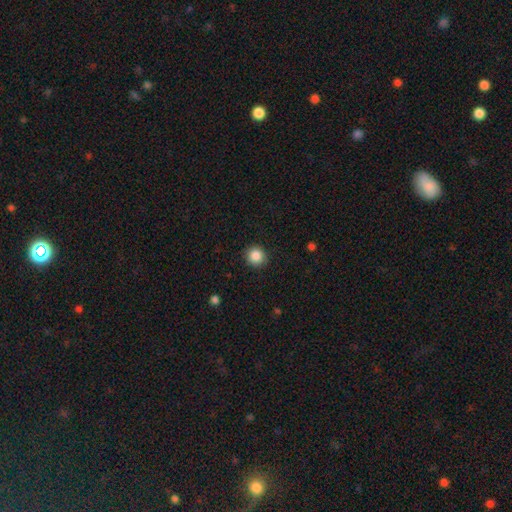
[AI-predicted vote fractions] Smooth or featured? Predicted: smooth (p=0.87). How rounded? Predicted: round (p=0.93). Merging? Predicted: none (p=0.91).